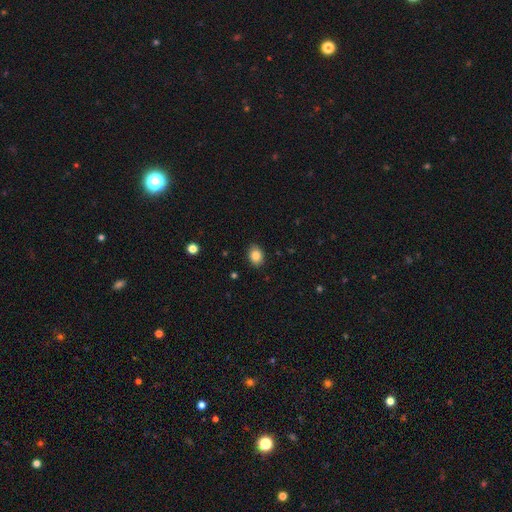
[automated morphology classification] A smooth galaxy with no disk features (85%) that is in between round and cigar-shaped (66%).

Vote fractions:
- Smooth or featured? smooth: 85% / star or artifact: 9% / featured or disk: 6%
- How rounded? in between: 66% / round: 33% / cigar-shaped: 1%
- Merging? none: 88% / minor disturbance: 9% / major disturbance: 2% / merger: 1%